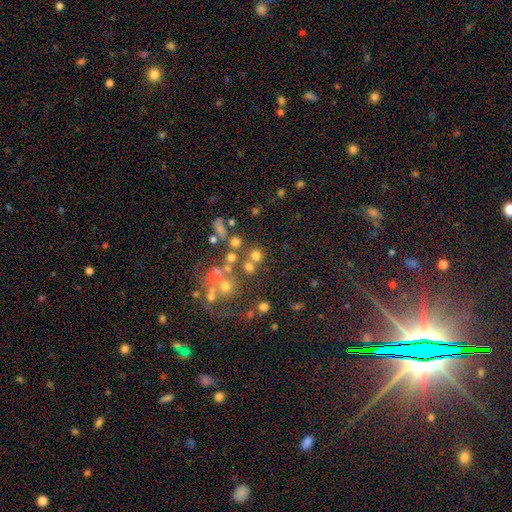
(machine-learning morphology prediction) A smooth galaxy with no disk features (63%) that is round (88%).

Vote fractions:
- Smooth or featured? smooth: 63% / star or artifact: 21% / featured or disk: 16%
- How rounded? round: 88% / in between: 10% / cigar-shaped: 1%
- Merging? none: 62% / merger: 22% / minor disturbance: 9% / major disturbance: 6%